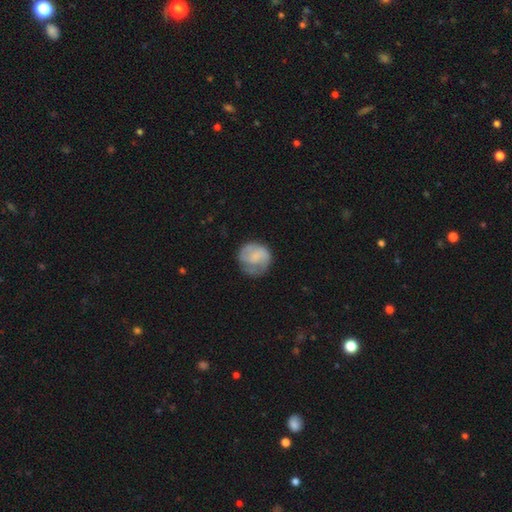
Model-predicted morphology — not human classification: Smooth or featured? Predicted: smooth (p=0.52). How rounded? Predicted: round (p=0.83). Merging? Predicted: none (p=0.58).